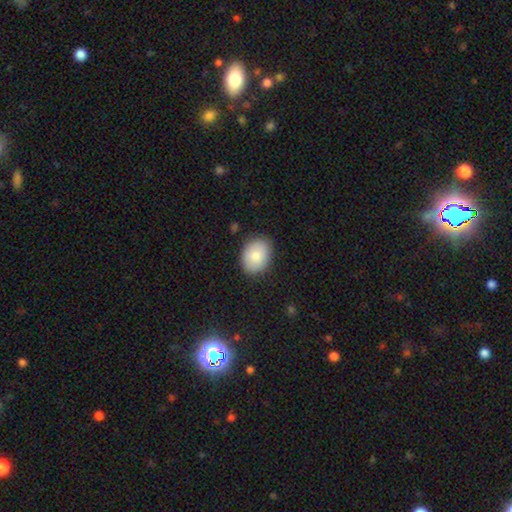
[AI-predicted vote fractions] smooth 81%, featured or disk 12%, star or artifact 7%. Down the decision tree: how rounded — in between (65%); merging — none (84%).